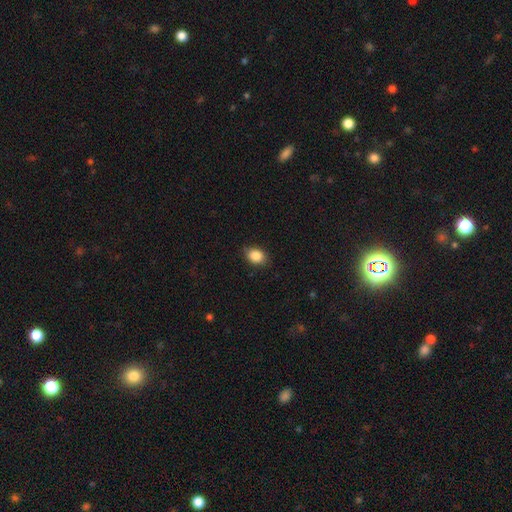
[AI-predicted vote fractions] Smooth or featured: smooth — 86% (star or artifact — 9%)
How rounded: in between — 63% (round — 36%)
Merging: none — 81% (minor disturbance — 15%)